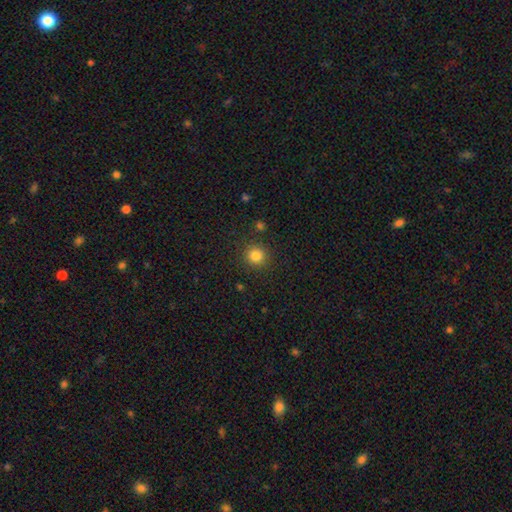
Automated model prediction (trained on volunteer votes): Smooth or featured?
  - smooth: 83% *
  - star or artifact: 12%
  - featured or disk: 5%
How rounded?
  - round: 93% *
  - in between: 6%
  - cigar-shaped: 1%
Merging?
  - none: 89% *
  - minor disturbance: 6%
  - major disturbance: 3%
  - merger: 2%